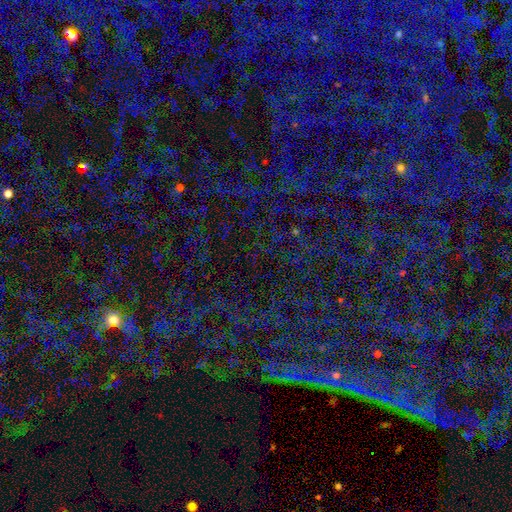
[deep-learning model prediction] Smooth or featured? Predicted: star or artifact (p=0.73).